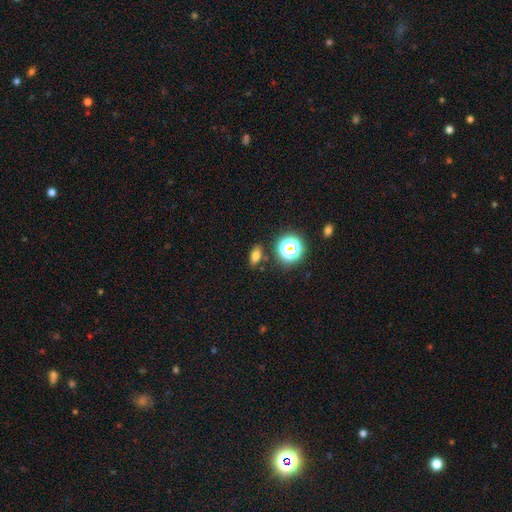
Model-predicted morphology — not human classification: Smooth or featured? Predicted: smooth (p=0.70). How rounded? Predicted: in between (p=0.76). Merging? Predicted: none (p=0.84).